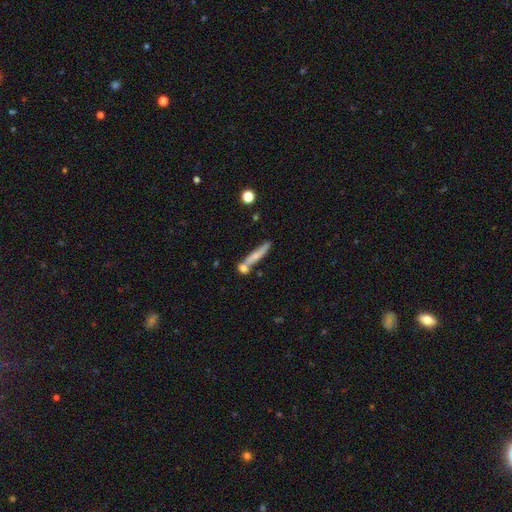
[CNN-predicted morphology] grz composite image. It shows a smooth galaxy with no disk features (60%) that is cigar-shaped (89%). Merging: none (59%).